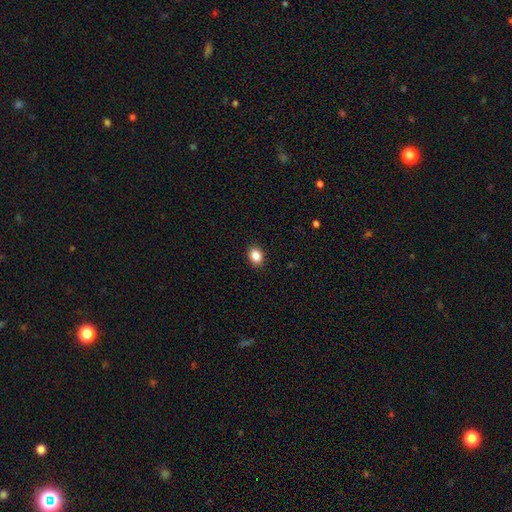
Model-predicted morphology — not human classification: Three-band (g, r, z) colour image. It shows a smooth galaxy with no disk features (87%) that is in between round and cigar-shaped (61%). Merging: none (91%).